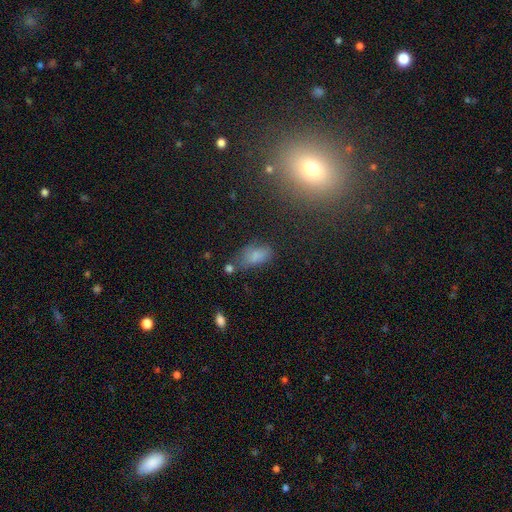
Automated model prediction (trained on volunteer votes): smooth_or_featured: smooth (p=0.73) [alt: star or artifact p=0.15]
how_rounded: in between (p=0.88) [alt: cigar-shaped p=0.06]
merging: none (p=0.48) [alt: minor disturbance p=0.28]